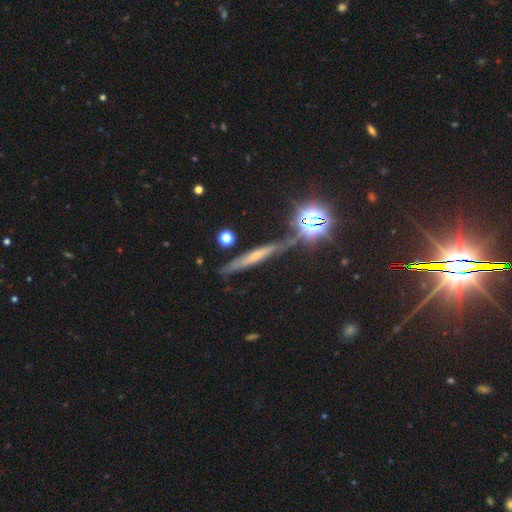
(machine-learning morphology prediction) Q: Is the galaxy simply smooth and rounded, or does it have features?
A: smooth — 40%.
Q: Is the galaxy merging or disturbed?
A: none — 77%.